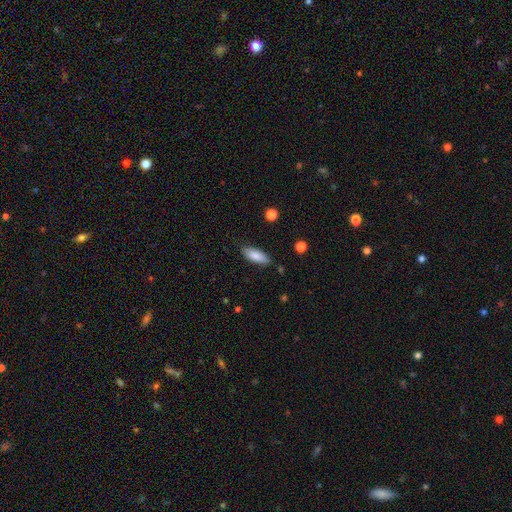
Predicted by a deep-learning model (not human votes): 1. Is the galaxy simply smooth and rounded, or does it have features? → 84% smooth, 10% featured or disk, 6% star or artifact.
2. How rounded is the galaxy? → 70% in between, 28% cigar-shaped, 2% round.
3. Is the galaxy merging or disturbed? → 83% none, 13% minor disturbance, 2% major disturbance, 1% merger.